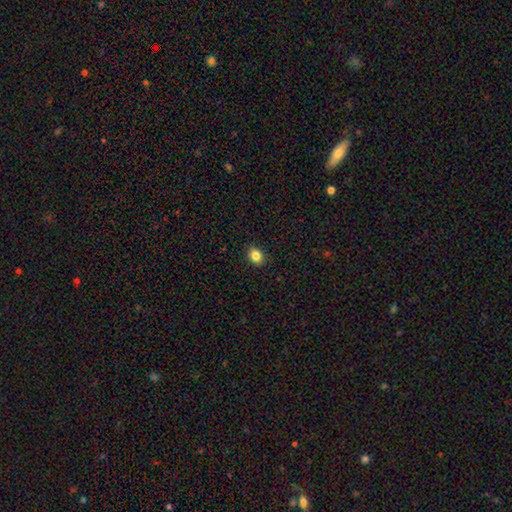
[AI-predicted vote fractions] A smooth galaxy with no disk features (85%) that is in between round and cigar-shaped (56%).

Vote fractions:
- Smooth or featured? smooth: 85% / star or artifact: 10% / featured or disk: 5%
- How rounded? in between: 56% / round: 43% / cigar-shaped: 1%
- Merging? none: 90% / minor disturbance: 7% / major disturbance: 2% / merger: 1%